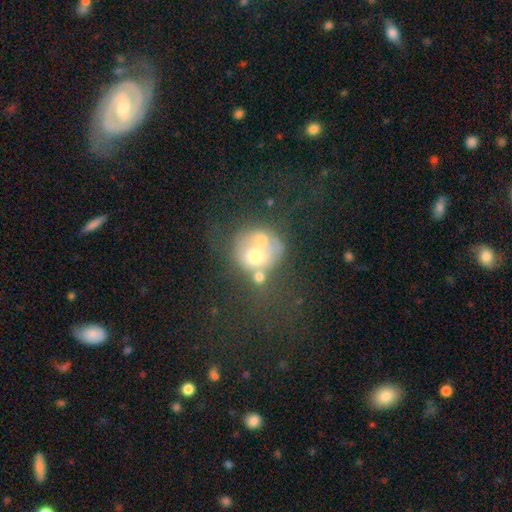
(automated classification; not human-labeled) A smooth galaxy with no disk features (45%).

Vote fractions:
- Smooth or featured? smooth: 45% / featured or disk: 42% / star or artifact: 13%
- Merging? merger: 52% / none: 23% / major disturbance: 14% / minor disturbance: 11%